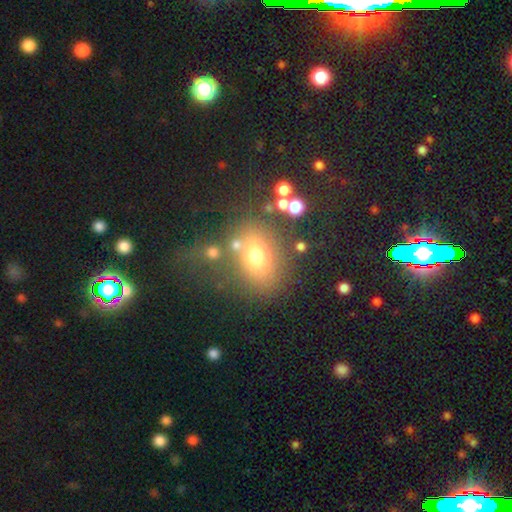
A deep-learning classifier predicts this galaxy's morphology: Smooth or featured? Predicted: smooth (p=0.69). How rounded? Predicted: in between (p=0.58). Merging? Predicted: none (p=0.63).